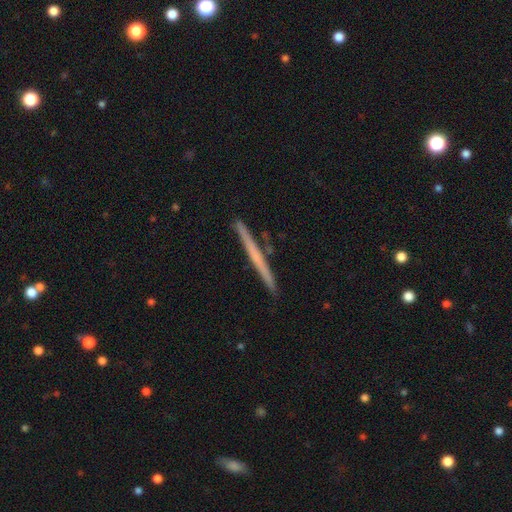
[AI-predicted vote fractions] Overall: featured or disk (52%; smooth 42%). Edge-on disk: yes (98%). Edge-on bulge: none (88%). Merging: none (90%).